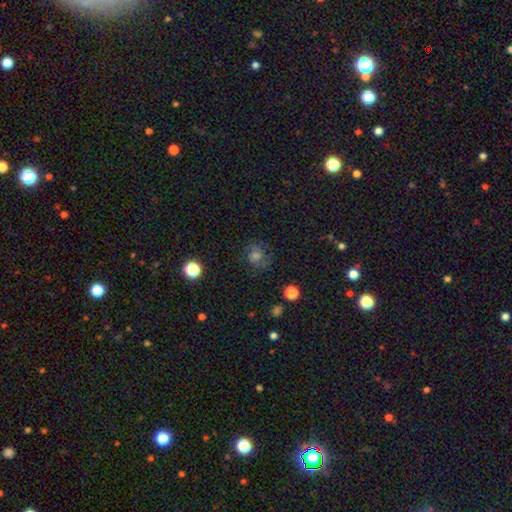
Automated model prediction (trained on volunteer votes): The model was most divided on "smooth or featured": featured or disk: 42%, smooth: 34%, star or artifact: 24%. More confident: merging — none (74%).